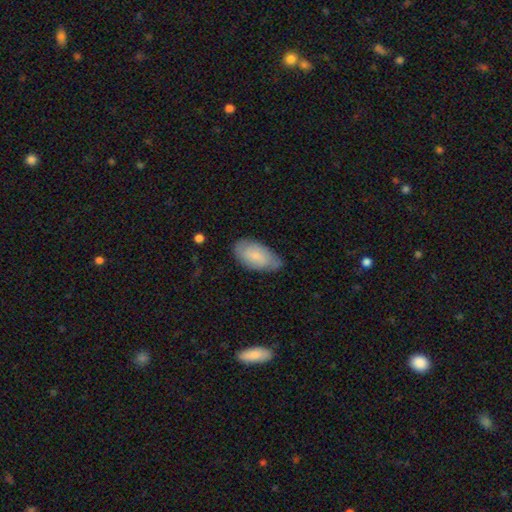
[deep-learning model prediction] smooth-or-featured: smooth: 67% | featured or disk: 26% | star or artifact: 6%
  how-rounded: in between: 94% | cigar-shaped: 4% | round: 3%
  merging: none: 67% | minor disturbance: 27% | major disturbance: 5% | merger: 1%